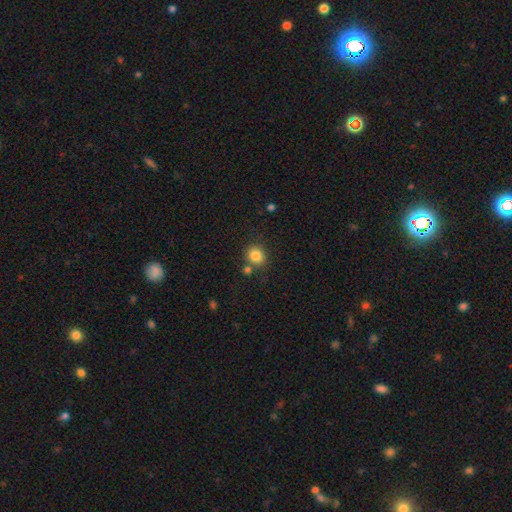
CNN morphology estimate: smooth-or-featured: smooth: 83% | star or artifact: 11% | featured or disk: 6%
  how-rounded: round: 76% | in between: 23% | cigar-shaped: 1%
  merging: none: 73% | merger: 13% | minor disturbance: 11% | major disturbance: 3%